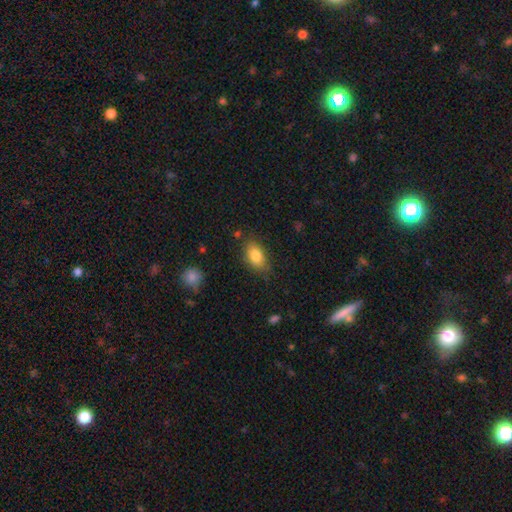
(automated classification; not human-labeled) Smooth or featured: smooth — 82% (featured or disk — 11%)
How rounded: in between — 88% (round — 8%)
Merging: none — 78% (minor disturbance — 17%)